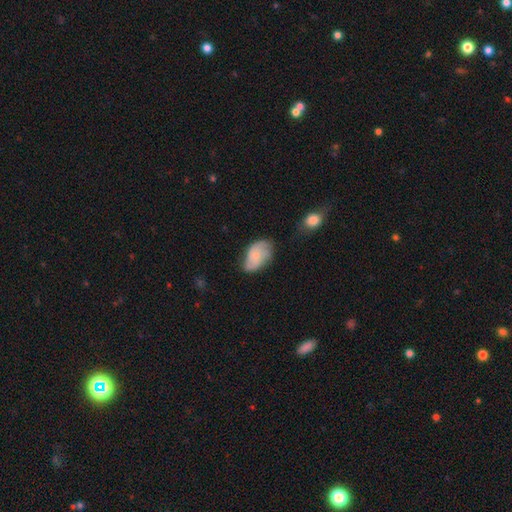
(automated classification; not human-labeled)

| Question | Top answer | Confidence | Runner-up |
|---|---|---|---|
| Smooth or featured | smooth | 57% | featured or disk (36%) |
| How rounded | in between | 91% | round (7%) |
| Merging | none | 48% | minor disturbance (36%) |